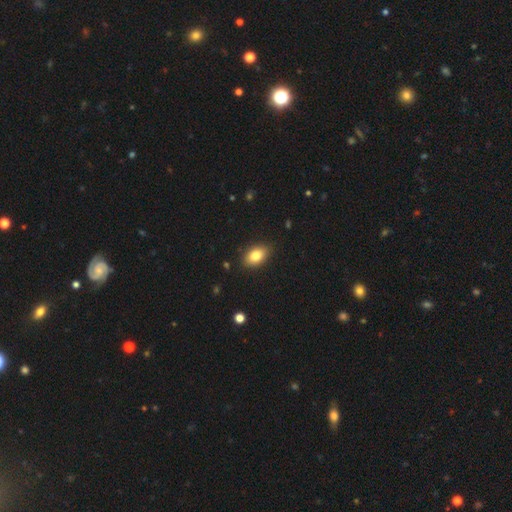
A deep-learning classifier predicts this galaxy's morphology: This appears to be a smooth galaxy with no disk features (82%) that is in between round and cigar-shaped (88%). Merging: none (87%).